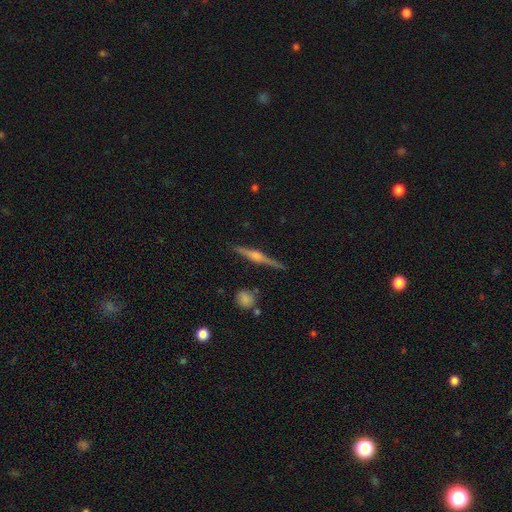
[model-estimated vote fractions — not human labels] featured or disk 78%, smooth 16%, star or artifact 6%. Down the decision tree: edge-on disk — yes (98%); edge-on bulge — rounded (83%); merging — none (89%).